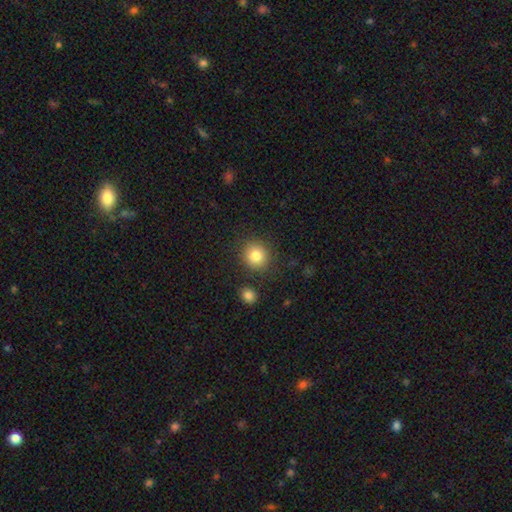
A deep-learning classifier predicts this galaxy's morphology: Smooth or featured: smooth — 84% (star or artifact — 10%)
How rounded: round — 89% (in between — 10%)
Merging: none — 86% (minor disturbance — 8%)